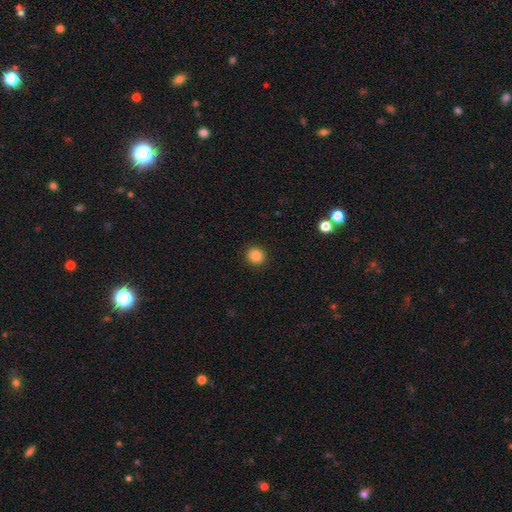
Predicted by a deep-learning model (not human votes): A smooth galaxy with no disk features (86%) that is round (86%).

Vote fractions:
- Smooth or featured? smooth: 86% / star or artifact: 10% / featured or disk: 4%
- How rounded? round: 86% / in between: 13% / cigar-shaped: 1%
- Merging? none: 92% / minor disturbance: 5% / major disturbance: 2% / merger: 1%